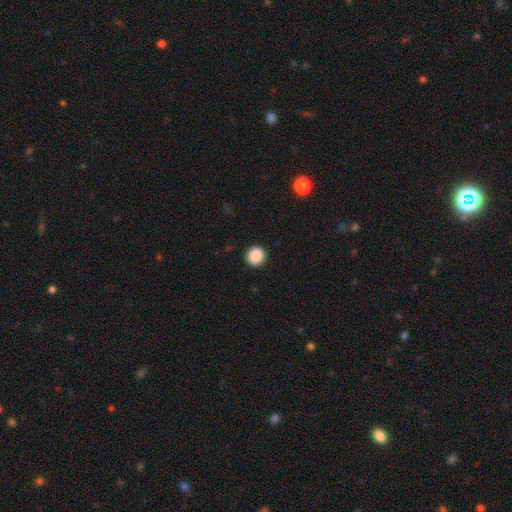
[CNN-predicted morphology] The model was most divided on "how rounded": round: 90%, in between: 9%, cigar-shaped: 1%. More confident: merging — none (92%); smooth or featured — smooth (89%).